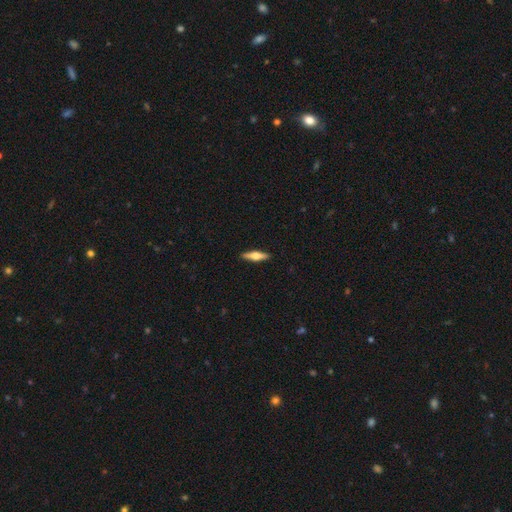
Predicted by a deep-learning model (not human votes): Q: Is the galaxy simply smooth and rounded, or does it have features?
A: featured or disk — 55%.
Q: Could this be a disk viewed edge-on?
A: yes — 96%.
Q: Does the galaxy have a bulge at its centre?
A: rounded — 92%.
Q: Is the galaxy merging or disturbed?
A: none — 91%.